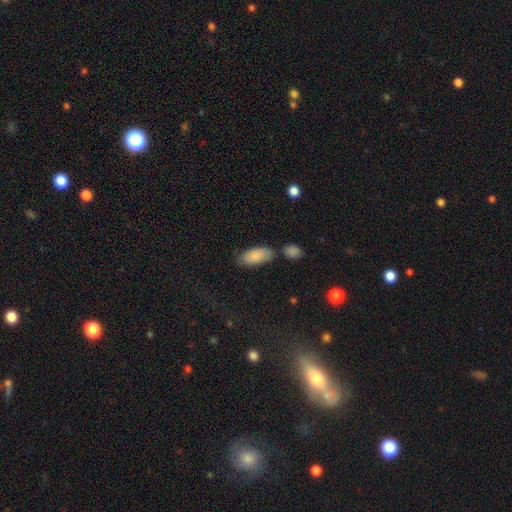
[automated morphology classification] Smooth or featured?
  - smooth: 85% *
  - featured or disk: 8%
  - star or artifact: 7%
How rounded?
  - in between: 91% *
  - cigar-shaped: 7%
  - round: 2%
Merging?
  - none: 67% *
  - minor disturbance: 18%
  - merger: 10%
  - major disturbance: 4%